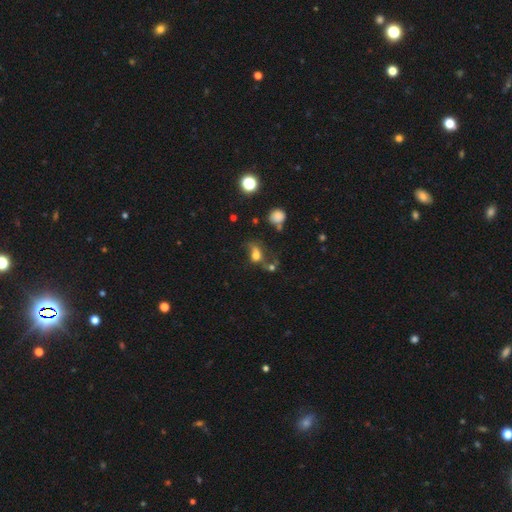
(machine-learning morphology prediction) smooth-or-featured: smooth: 59% | featured or disk: 24% | star or artifact: 17%
  how-rounded: in between: 72% | round: 22% | cigar-shaped: 6%
  merging: none: 38% | major disturbance: 22% | minor disturbance: 21% | merger: 19%